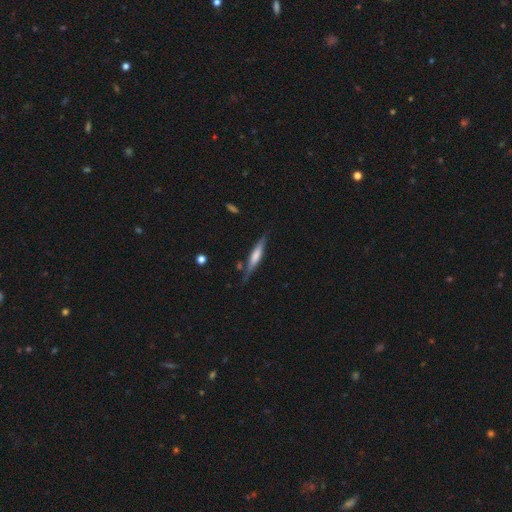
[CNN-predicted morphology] Smooth or featured: smooth — 48% (featured or disk — 46%)
Merging: none — 76% (minor disturbance — 17%)